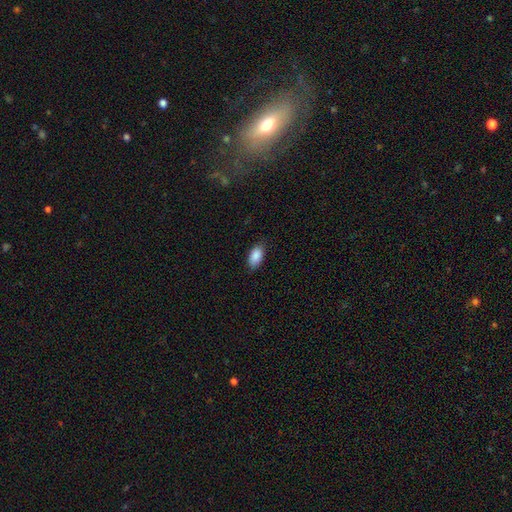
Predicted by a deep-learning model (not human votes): Smooth or featured?
  - smooth: 88% *
  - star or artifact: 7%
  - featured or disk: 5%
How rounded?
  - in between: 93% *
  - round: 4%
  - cigar-shaped: 3%
Merging?
  - none: 83% *
  - minor disturbance: 14%
  - major disturbance: 3%
  - merger: 1%